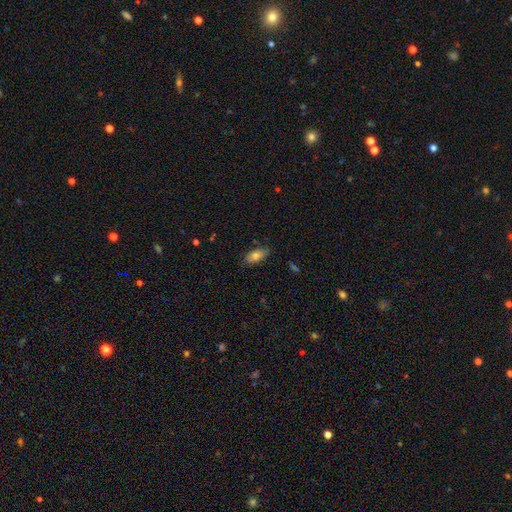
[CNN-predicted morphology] Smooth or featured? Predicted: smooth (p=0.76). How rounded? Predicted: in between (p=0.89). Merging? Predicted: none (p=0.81).